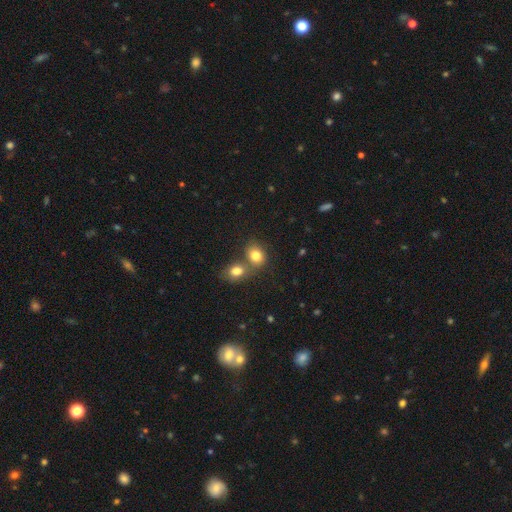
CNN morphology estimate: A smooth galaxy with no disk features (81%) that is round (54%).

Vote fractions:
- Smooth or featured? smooth: 81% / star or artifact: 10% / featured or disk: 9%
- How rounded? round: 54% / in between: 45% / cigar-shaped: 1%
- Merging? merger: 47% / none: 41% / minor disturbance: 8% / major disturbance: 3%